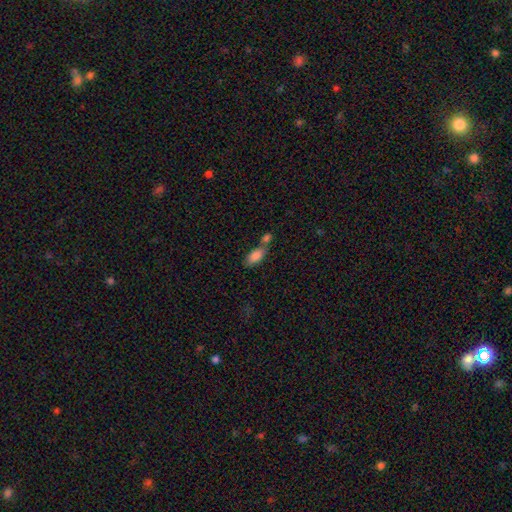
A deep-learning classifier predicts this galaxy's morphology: A smooth galaxy with no disk features (83%) that is in between round and cigar-shaped (89%). Merging: merger (47%).